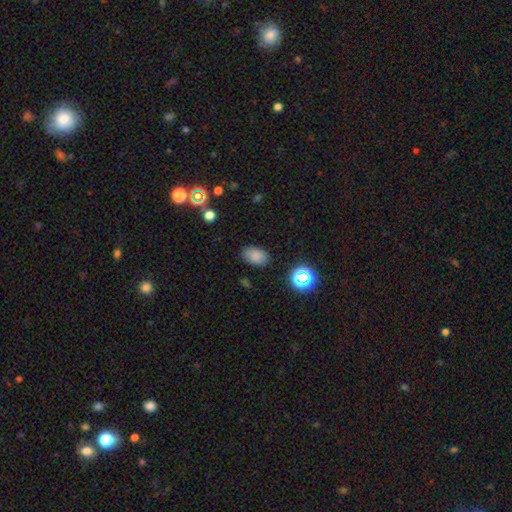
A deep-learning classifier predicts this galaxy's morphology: A smooth galaxy with no disk features (82%) that is in between round and cigar-shaped (87%). Merging: none (84%).